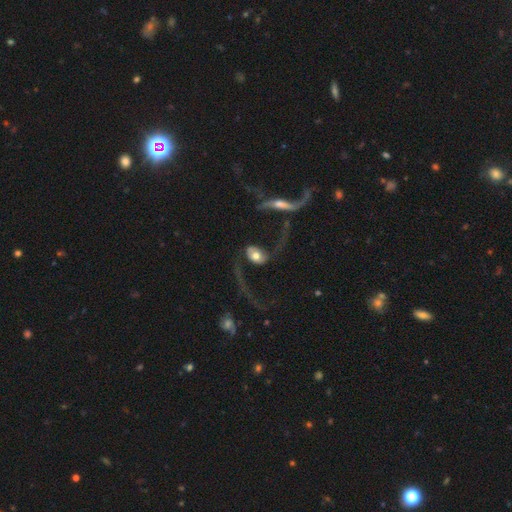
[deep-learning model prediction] Smooth or featured?
  - featured or disk: 64% *
  - smooth: 28%
  - star or artifact: 7%
Edge-on disk?
  - no: 92% *
  - yes: 8%
Bar?
  - no: 64% *
  - weak: 24%
  - strong: 12%
Spiral arms?
  - yes: 76% *
  - no: 24%
Bulge size?
  - moderate: 55% *
  - large: 22%
  - small: 15%
  - dominant: 5%
  - none: 3%
Merging?
  - major disturbance: 36% *
  - none: 30%
  - merger: 22%
  - minor disturbance: 12%